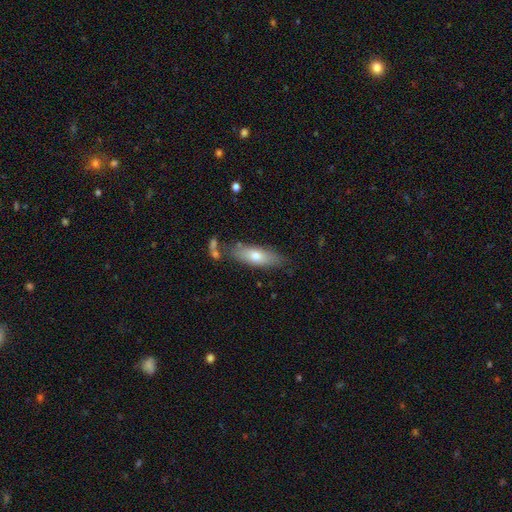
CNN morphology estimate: This appears to be a smooth galaxy with no disk features (64%) that is in between round and cigar-shaped (50%). Merging: none (74%).